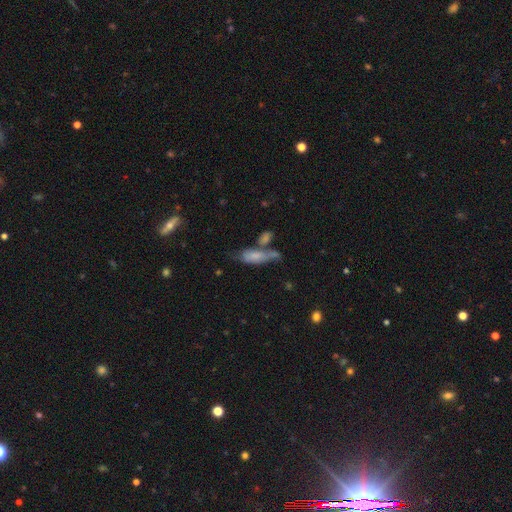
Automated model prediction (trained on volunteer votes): This appears to be a smooth galaxy with no disk features (64%) that is in between round and cigar-shaped (58%). Merging: none (37%).